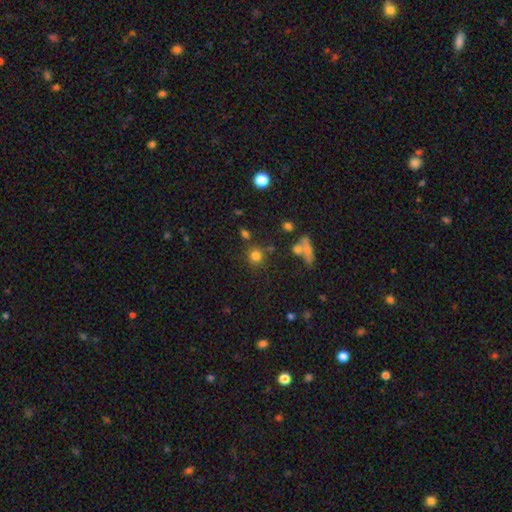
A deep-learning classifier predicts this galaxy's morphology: Q: Smooth or featured?
A: smooth (76%); runner-up: star or artifact (15%)
Q: How rounded?
A: round (88%); runner-up: in between (11%)
Q: Merging?
A: none (76%); runner-up: minor disturbance (10%)